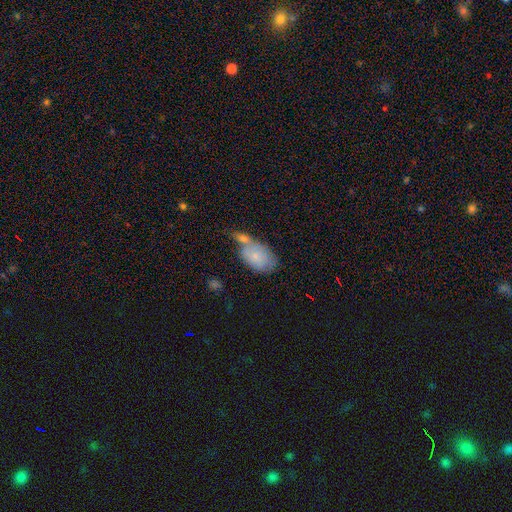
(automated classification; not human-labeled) This is likely a smooth galaxy (75%). How rounded: clearly in between (89%). Merging: marginally merger (39%).